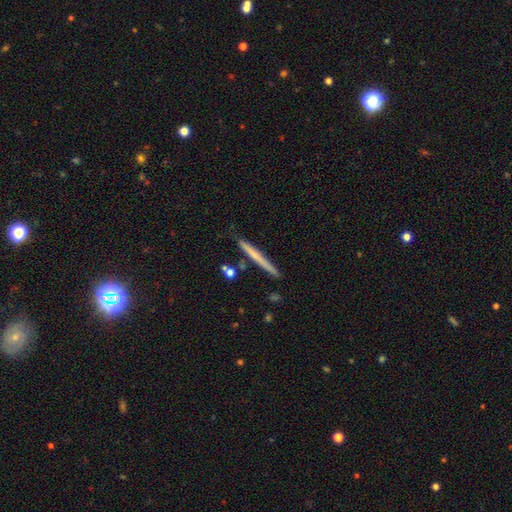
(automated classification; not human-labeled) Smooth or featured: smooth — 51% (featured or disk — 42%)
How rounded: cigar-shaped — 97% (in between — 2%)
Merging: none — 87% (minor disturbance — 9%)